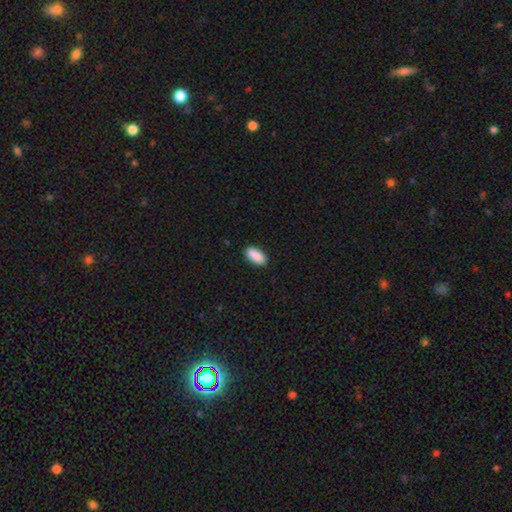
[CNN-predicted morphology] Smooth or featured? Predicted: smooth (p=0.90). How rounded? Predicted: in between (p=0.90). Merging? Predicted: none (p=0.89).